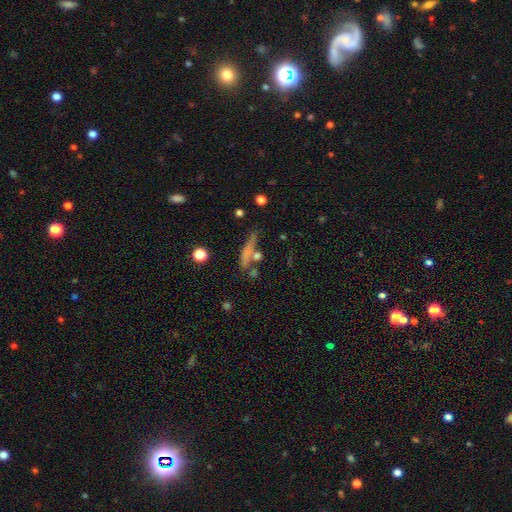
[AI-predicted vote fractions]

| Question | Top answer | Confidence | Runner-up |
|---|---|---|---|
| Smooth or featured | smooth | 58% | featured or disk (30%) |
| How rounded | cigar-shaped | 78% | in between (14%) |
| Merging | none | 58% | minor disturbance (17%) |